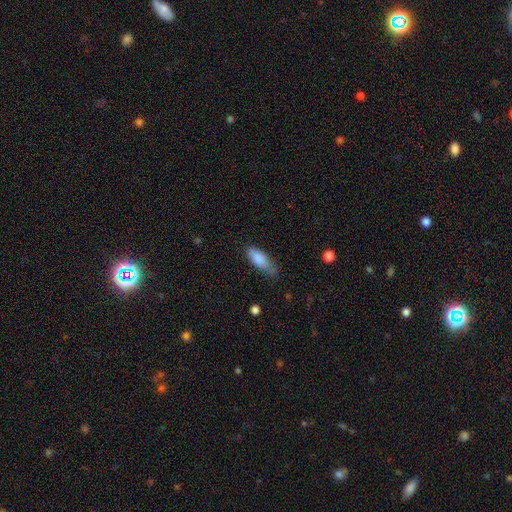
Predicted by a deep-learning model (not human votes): Q: Smooth or featured?
A: smooth (83%); runner-up: featured or disk (10%)
Q: How rounded?
A: in between (68%); runner-up: cigar-shaped (30%)
Q: Merging?
A: none (58%); runner-up: minor disturbance (32%)